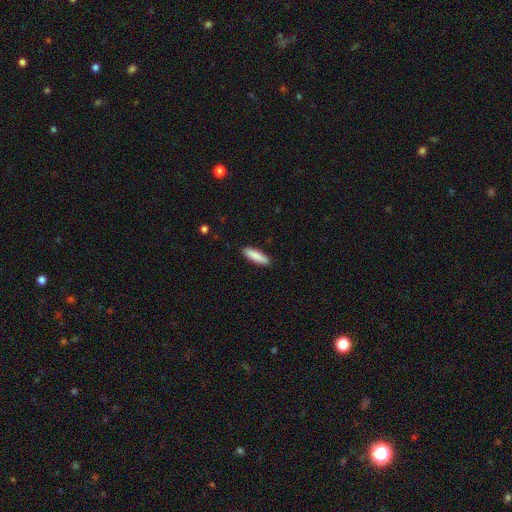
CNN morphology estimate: smooth_or_featured: smooth (p=0.88) [alt: featured or disk p=0.07]
how_rounded: cigar-shaped (p=0.69) [alt: in between p=0.29]
merging: none (p=0.90) [alt: minor disturbance p=0.07]